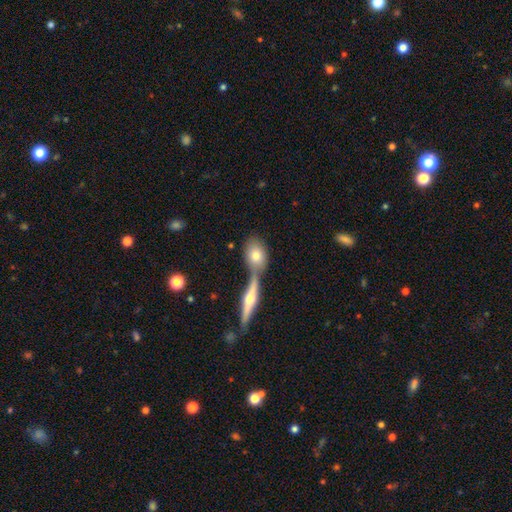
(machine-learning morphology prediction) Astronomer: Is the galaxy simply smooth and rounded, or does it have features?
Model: smooth — 70%.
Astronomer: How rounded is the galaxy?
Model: in between — 72%.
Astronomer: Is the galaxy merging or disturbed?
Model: none — 49% (runner-up: merger, 38%).